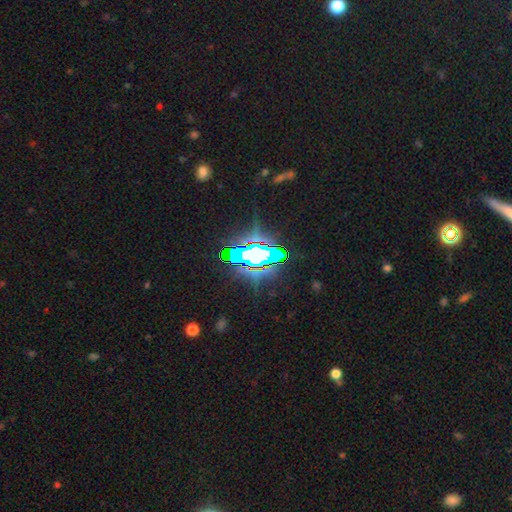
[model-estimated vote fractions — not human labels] Smooth or featured?
  - star or artifact: 72% *
  - featured or disk: 16%
  - smooth: 12%